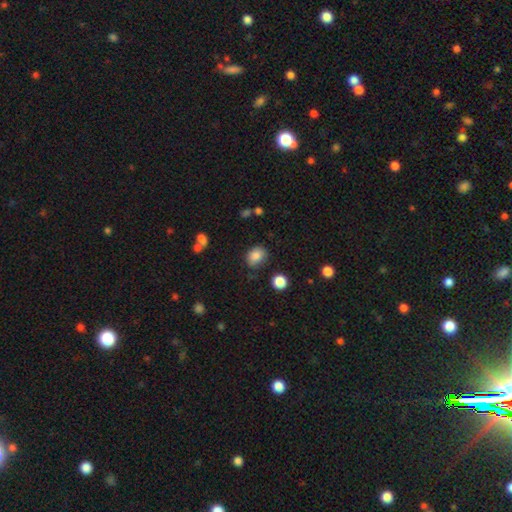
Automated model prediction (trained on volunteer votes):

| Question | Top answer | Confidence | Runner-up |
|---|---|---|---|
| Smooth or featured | smooth | 84% | star or artifact (10%) |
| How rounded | in between | 53% | round (46%) |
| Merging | none | 71% | minor disturbance (20%) |